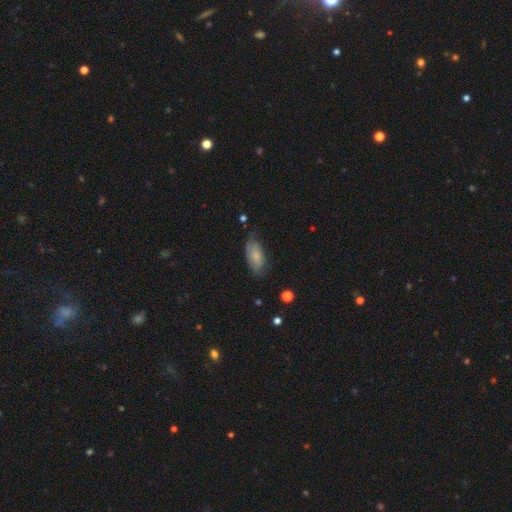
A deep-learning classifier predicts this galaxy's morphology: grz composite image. It shows a smooth galaxy with no disk features (62%) that is in between round and cigar-shaped (89%). Merging: none (57%).